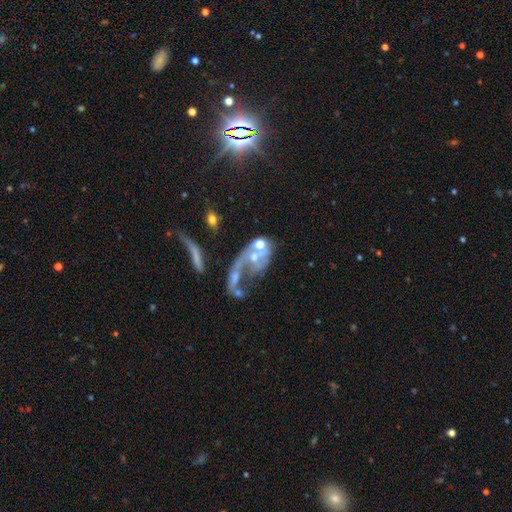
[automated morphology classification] type=featured or disk (60%); edge-on=no (94%); bar=no (83%); spiral arms=no (69%); bulge=moderate (36%); merging=merger (44%).